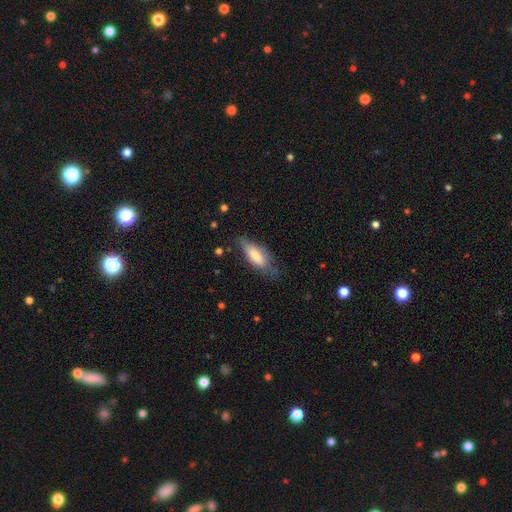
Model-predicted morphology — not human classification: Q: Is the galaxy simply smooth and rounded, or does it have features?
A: smooth — 75%.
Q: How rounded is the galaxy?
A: in between — 67%.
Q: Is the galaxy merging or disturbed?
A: none — 54%.